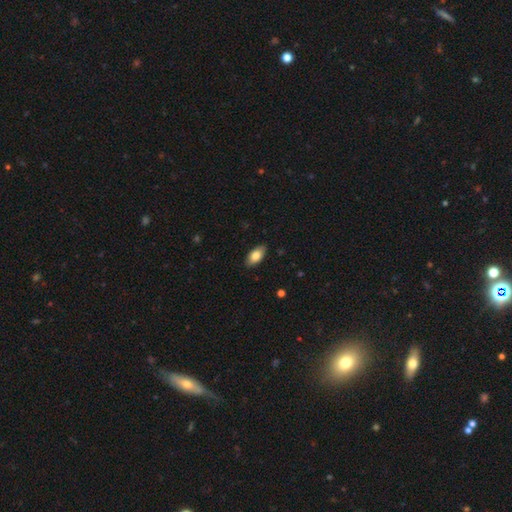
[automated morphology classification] Smooth or featured? Predicted: smooth (p=0.80). How rounded? Predicted: in between (p=0.92). Merging? Predicted: none (p=0.88).